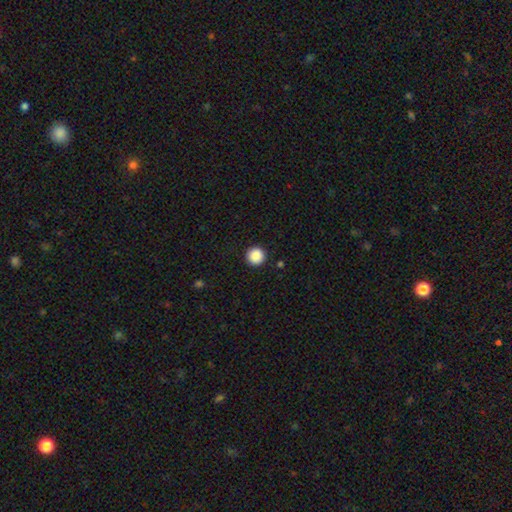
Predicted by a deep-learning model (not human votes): Smooth or featured: smooth — 88% (star or artifact — 9%)
How rounded: round — 96% (in between — 3%)
Merging: none — 93% (minor disturbance — 4%)